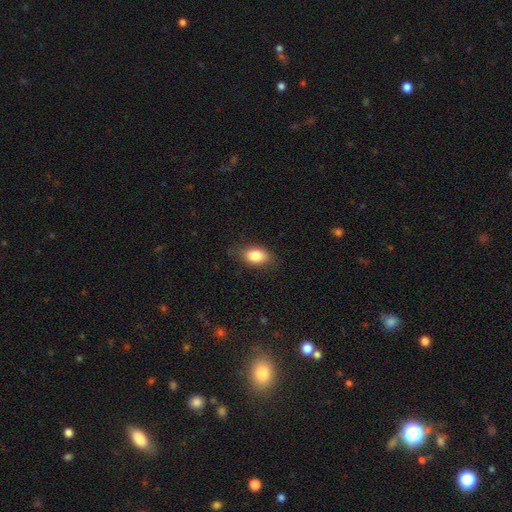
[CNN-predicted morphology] Smooth or featured? smooth (83%)
How rounded? in between (84%)
Merging? none (78%)